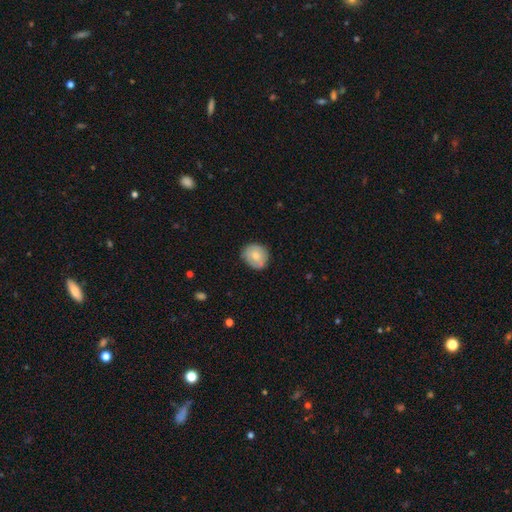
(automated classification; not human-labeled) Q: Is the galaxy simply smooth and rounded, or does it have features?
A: smooth — 69%.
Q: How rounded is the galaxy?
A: round — 77%.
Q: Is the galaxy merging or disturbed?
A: none — 76%.